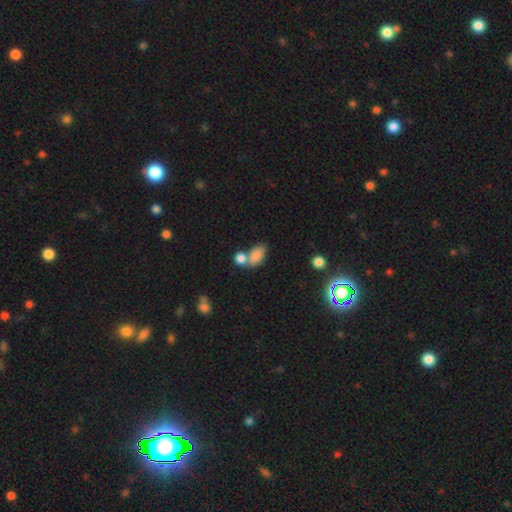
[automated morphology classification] Smooth or featured? smooth (82%)
How rounded? in between (86%)
Merging? merger (43%)